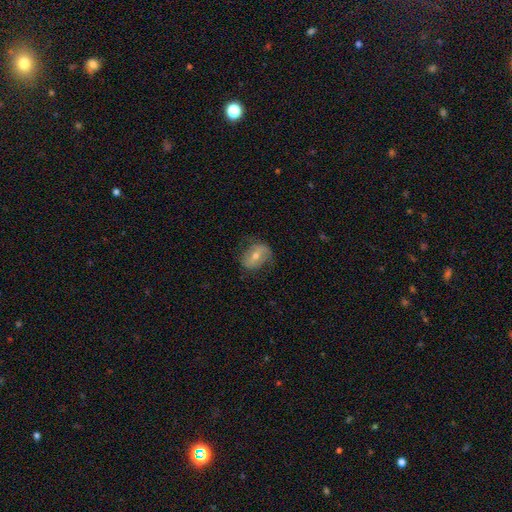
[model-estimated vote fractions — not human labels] This is likely a featured or disk galaxy (65%). It is clearly not viewed edge-on (95%). Bar: marginally weak (40%). Spiral arm pattern: clearly yes (82%). Spiral arm count: likely 2 (74%). Spiral winding: marginally medium (40%). Central bulge: possibly moderate (54%). Merging: likely none (69%).